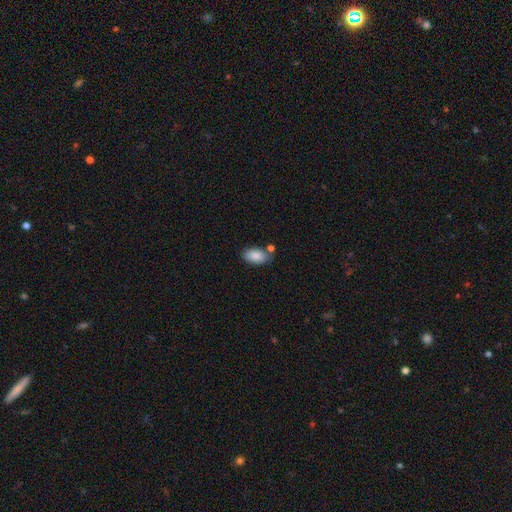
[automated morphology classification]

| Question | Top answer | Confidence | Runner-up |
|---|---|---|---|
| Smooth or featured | smooth | 87% | star or artifact (7%) |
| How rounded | in between | 93% | round (5%) |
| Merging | none | 70% | minor disturbance (15%) |